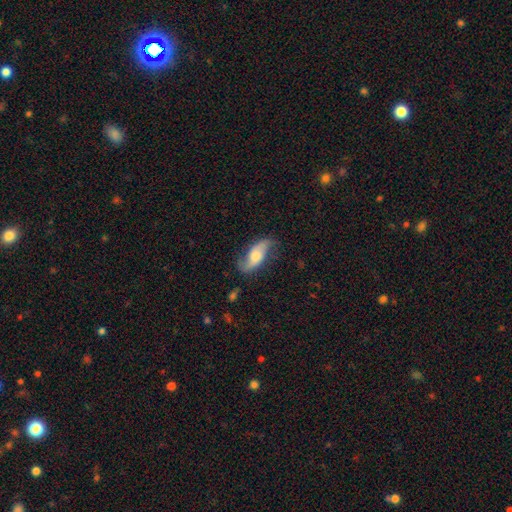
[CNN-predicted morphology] Smooth or featured?
  - featured or disk: 68% *
  - smooth: 25%
  - star or artifact: 7%
Edge-on disk?
  - no: 88% *
  - yes: 12%
Bar?
  - no: 57% *
  - weak: 32%
  - strong: 11%
Spiral arms?
  - yes: 92% *
  - no: 8%
Spiral winding?
  - loose: 73% *
  - medium: 21%
  - tight: 6%
Spiral arm count?
  - 2: 91% *
  - can't tell: 4%
  - 1: 3%
  - 3: 1%
  - 4: 1%
  - more than 4: 1%
Bulge size?
  - moderate: 48% *
  - large: 21%
  - small: 21%
  - none: 7%
  - dominant: 3%
Merging?
  - none: 71% *
  - minor disturbance: 19%
  - major disturbance: 7%
  - merger: 2%